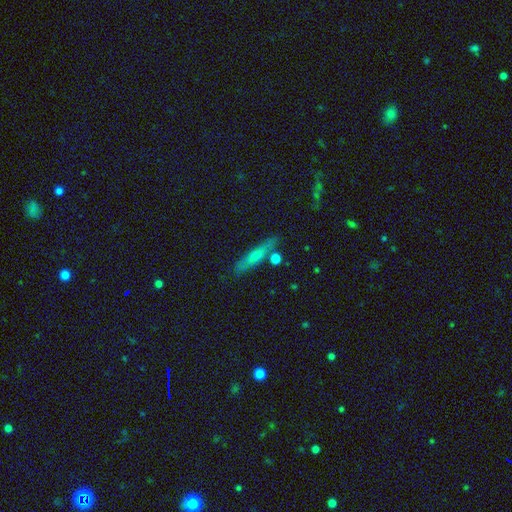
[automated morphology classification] A smooth galaxy with no disk features (47%). Merging: none (81%).